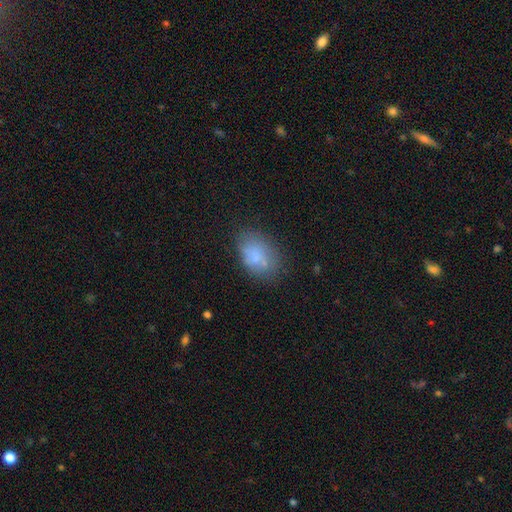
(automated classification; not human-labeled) Overall: smooth (72%). How rounded: in between (84%). Merging: none (59%; minor disturbance 24%).